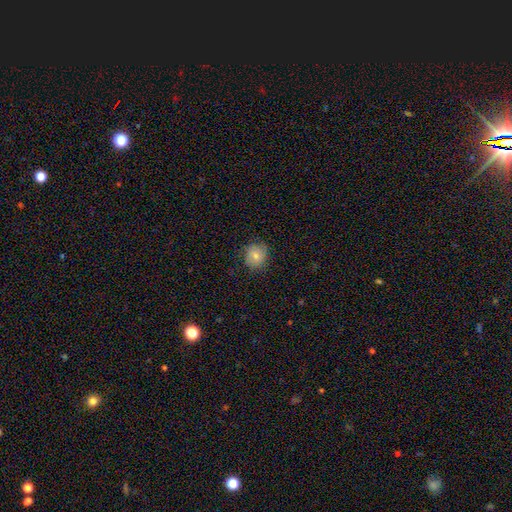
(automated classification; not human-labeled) This is likely a smooth galaxy (75%). How rounded: likely round (78%). Merging: likely none (79%).